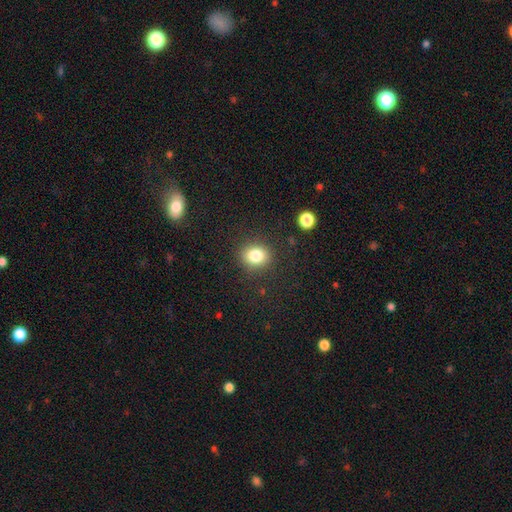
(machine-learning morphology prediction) Smooth or featured: smooth — 82% (star or artifact — 11%)
How rounded: round — 69% (in between — 30%)
Merging: none — 86% (minor disturbance — 9%)